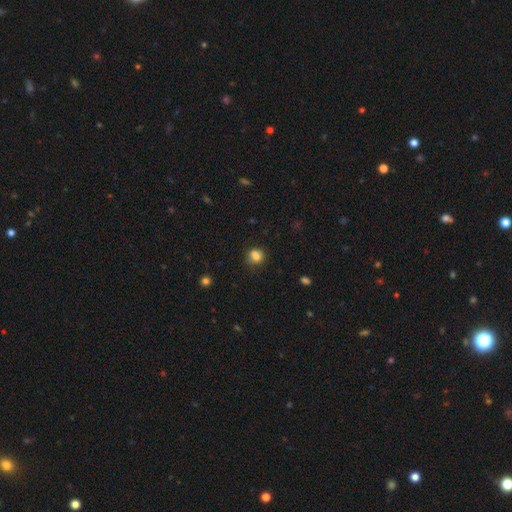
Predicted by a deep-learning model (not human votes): smooth_or_featured: smooth (p=0.80) [alt: star or artifact p=0.12]
how_rounded: round (p=0.78) [alt: in between p=0.21]
merging: none (p=0.62) [alt: merger p=0.16]